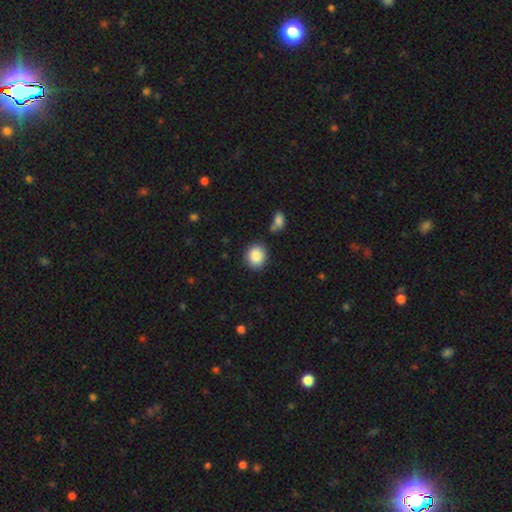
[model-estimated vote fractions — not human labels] Smooth or featured? smooth (88%)
How rounded? round (67%)
Merging? none (82%)